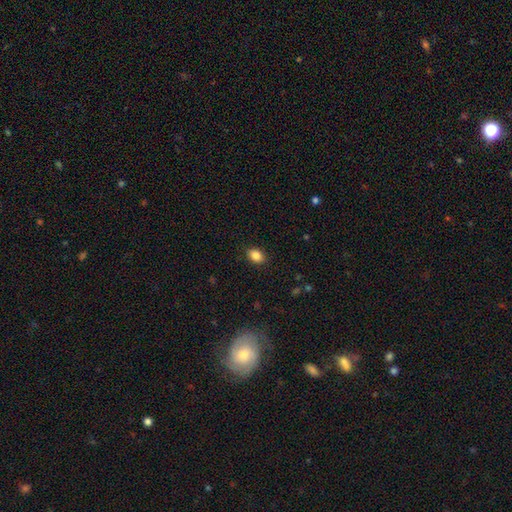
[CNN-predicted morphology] Q: Smooth or featured?
A: smooth (86%); runner-up: star or artifact (9%)
Q: How rounded?
A: in between (76%); runner-up: round (23%)
Q: Merging?
A: none (87%); runner-up: minor disturbance (9%)